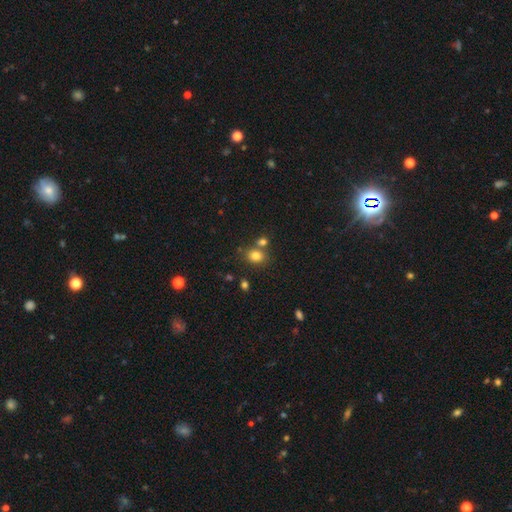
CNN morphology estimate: A smooth galaxy with no disk features (80%) that is round (56%).

Vote fractions:
- Smooth or featured? smooth: 80% / star or artifact: 13% / featured or disk: 8%
- How rounded? round: 56% / in between: 43% / cigar-shaped: 1%
- Merging? none: 63% / merger: 23% / minor disturbance: 11% / major disturbance: 4%